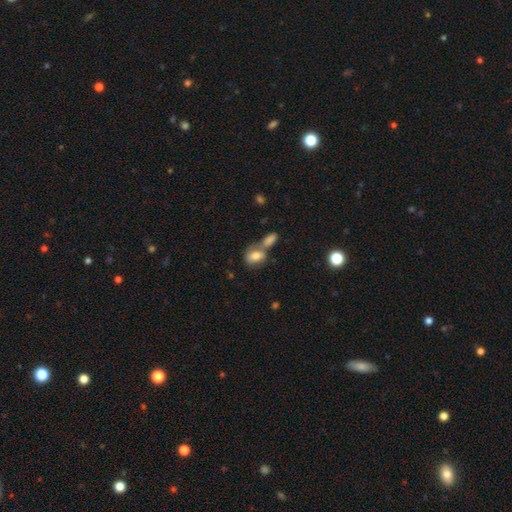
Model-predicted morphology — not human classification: This appears to be a smooth galaxy with no disk features (77%) that is in between round and cigar-shaped (80%). Merging: merger (50%).